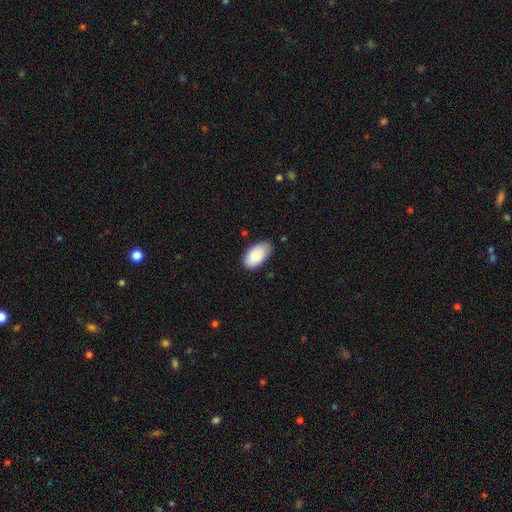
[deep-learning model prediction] Smooth or featured? Predicted: smooth (p=0.88). How rounded? Predicted: in between (p=0.96). Merging? Predicted: none (p=0.74).